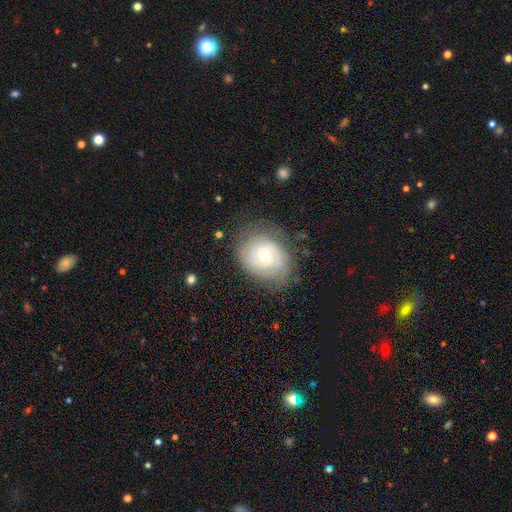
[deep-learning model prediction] A featured or disk galaxy (60%) with no bar (66%), spiral arms (81%) and a moderate central bulge (50%). Merging: none (76%).